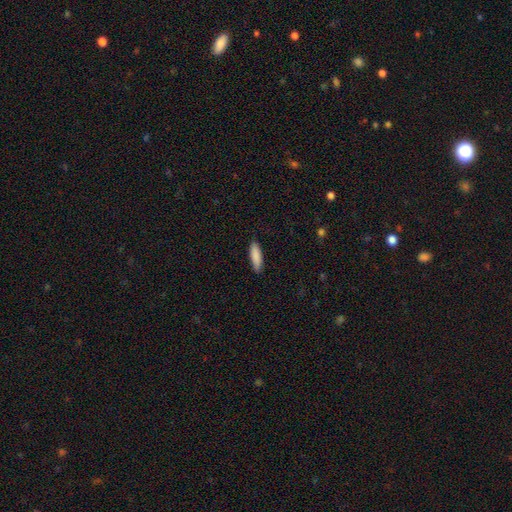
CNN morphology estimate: type=smooth (88%); roundness=cigar-shaped (62%); merging=none (88%).